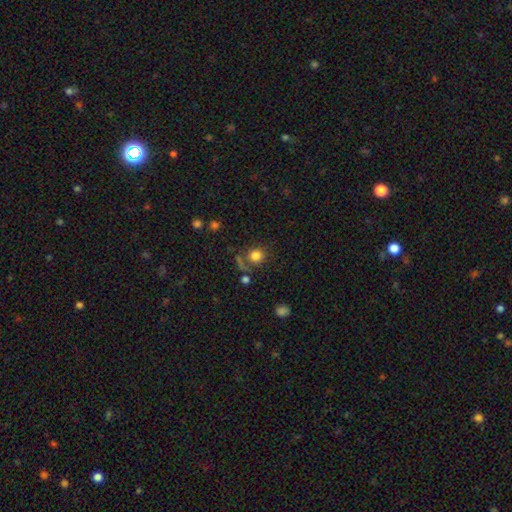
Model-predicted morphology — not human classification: This is clearly a smooth galaxy (80%). How rounded: clearly round (87%). Merging: likely none (68%).